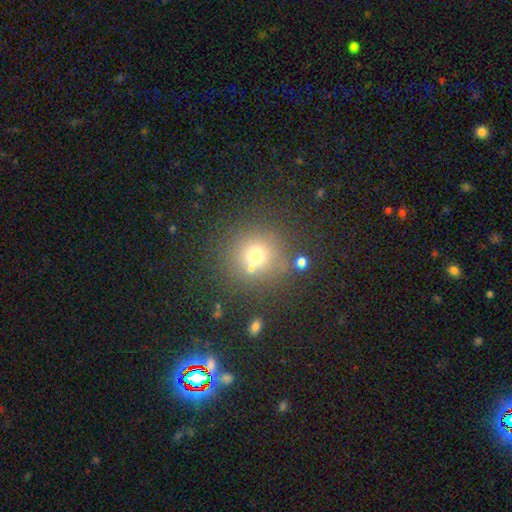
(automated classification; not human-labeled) This is likely a smooth galaxy (68%). How rounded: clearly round (92%). Merging: likely none (72%).